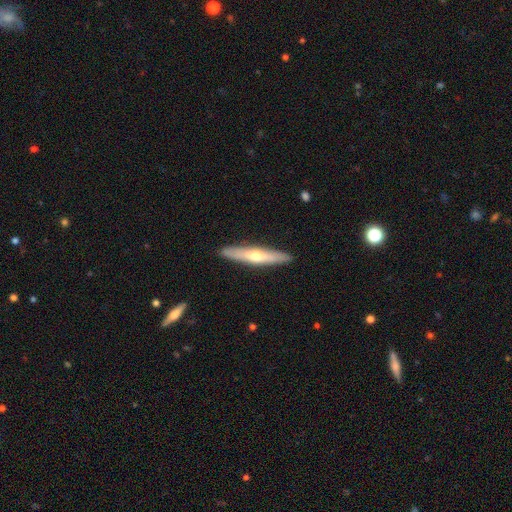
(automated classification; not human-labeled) Smooth or featured: featured or disk — 54% (smooth — 41%)
Edge-on disk: yes — 88% (no — 12%)
Merging: none — 91% (minor disturbance — 6%)